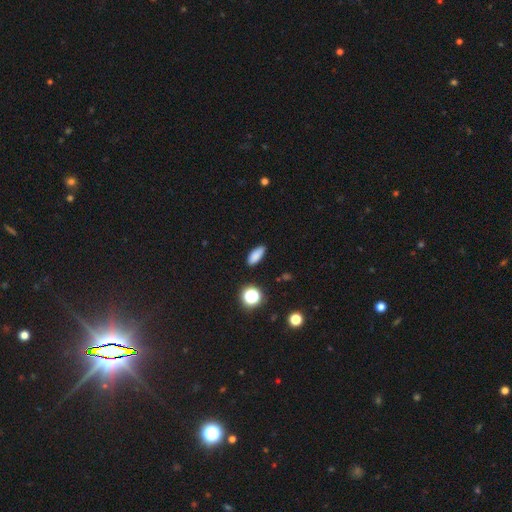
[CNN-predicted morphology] This is clearly a smooth galaxy (83%). How rounded: likely in between (76%). Merging: clearly none (86%).